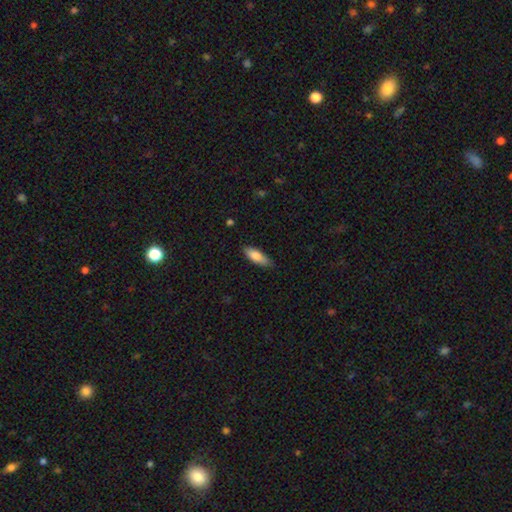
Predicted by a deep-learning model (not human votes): Q: Smooth or featured?
A: smooth (82%); runner-up: featured or disk (12%)
Q: How rounded?
A: in between (61%); runner-up: cigar-shaped (38%)
Q: Merging?
A: none (78%); runner-up: minor disturbance (18%)